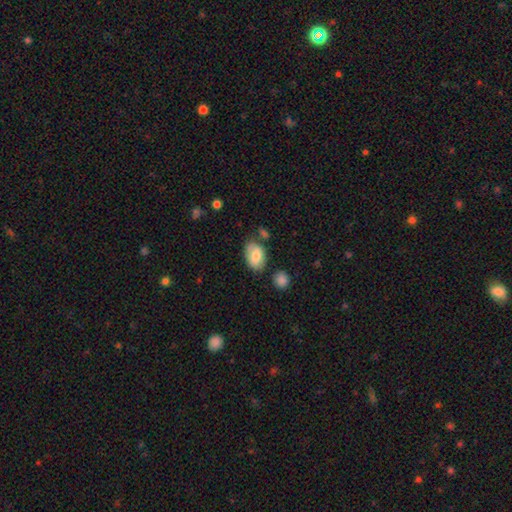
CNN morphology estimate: Smooth or featured?
  - smooth: 73% *
  - featured or disk: 20%
  - star or artifact: 7%
How rounded?
  - in between: 88% *
  - round: 11%
  - cigar-shaped: 1%
Merging?
  - none: 63% *
  - minor disturbance: 23%
  - merger: 8%
  - major disturbance: 6%